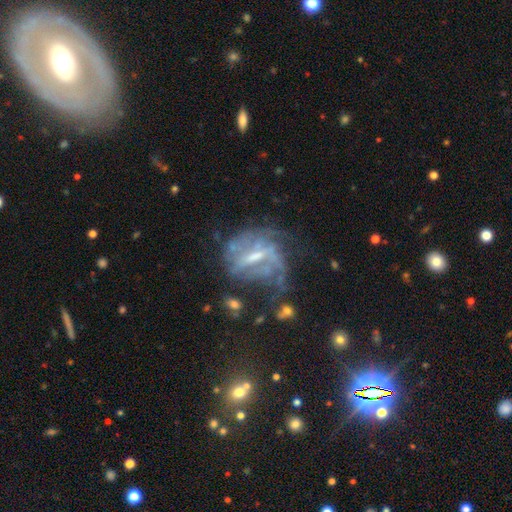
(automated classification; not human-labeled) featured or disk 73%, smooth 14%, star or artifact 14%. Down the decision tree: edge-on disk — no (93%); bar — weak (43%); spiral arms — yes (66%); bulge size — small (41%); merging — none (37%).